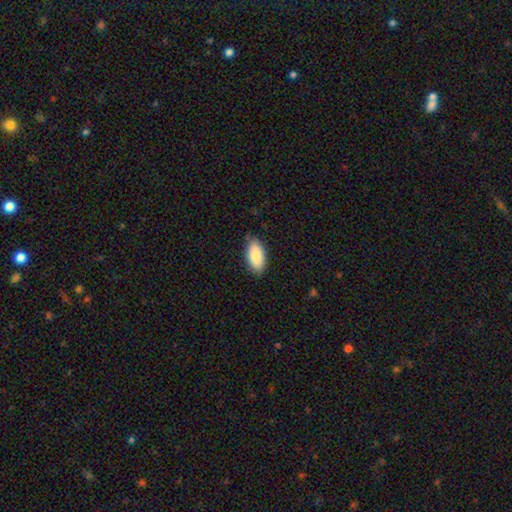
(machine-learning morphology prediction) type=smooth (88%); roundness=in between (93%); merging=none (84%).